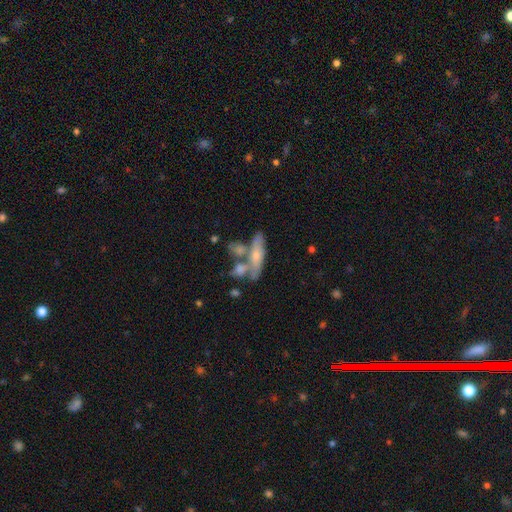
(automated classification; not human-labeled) This is possibly a smooth galaxy (50%). Merging: possibly none (47%).